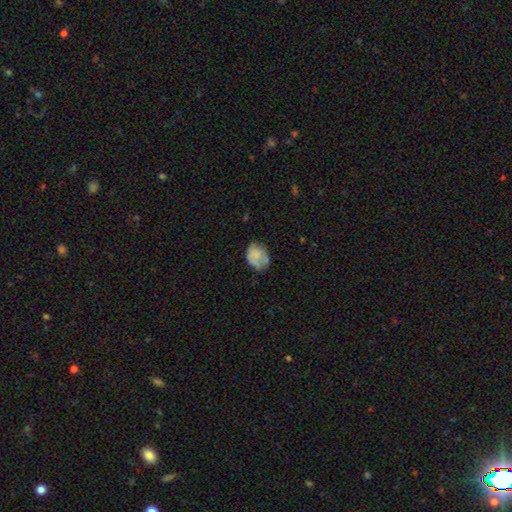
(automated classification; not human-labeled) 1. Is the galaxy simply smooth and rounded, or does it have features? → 70% smooth, 21% featured or disk, 9% star or artifact.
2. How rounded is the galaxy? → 62% in between, 38% round, 1% cigar-shaped.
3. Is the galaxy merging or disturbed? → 49% none, 32% minor disturbance, 14% major disturbance, 4% merger.